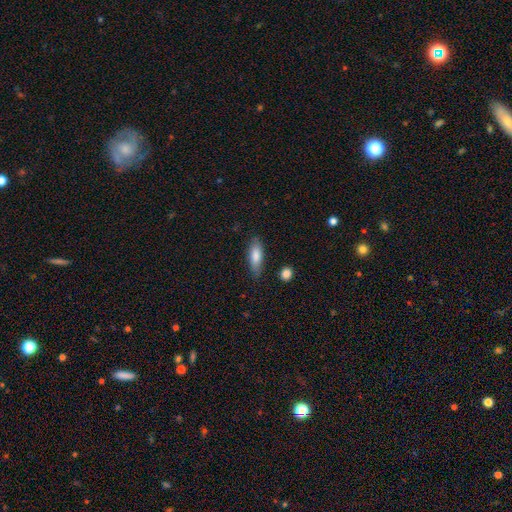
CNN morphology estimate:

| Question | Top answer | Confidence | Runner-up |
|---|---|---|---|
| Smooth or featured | smooth | 80% | featured or disk (14%) |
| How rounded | in between | 61% | cigar-shaped (37%) |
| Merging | none | 77% | minor disturbance (17%) |